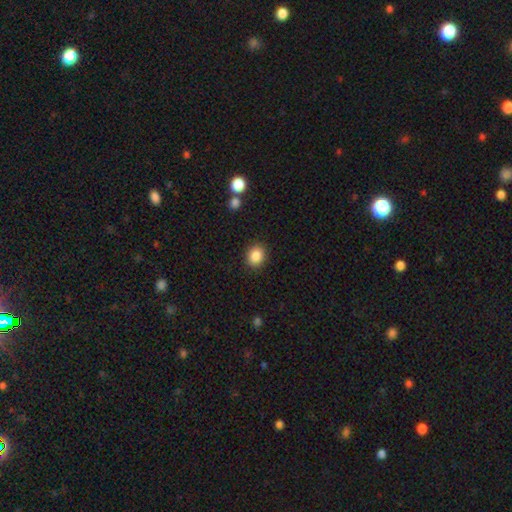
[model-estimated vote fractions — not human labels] A smooth galaxy with no disk features (86%) that is round (64%). Merging: none (89%).